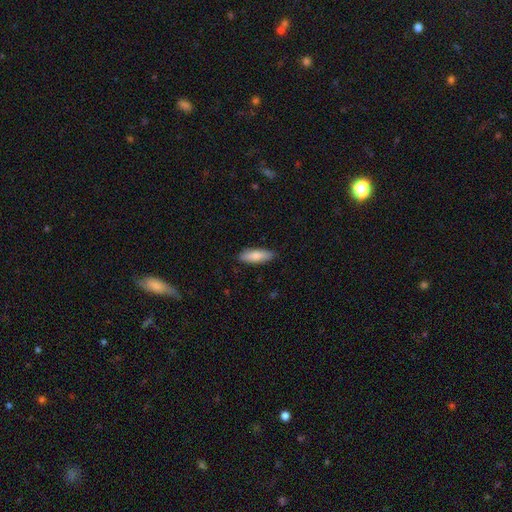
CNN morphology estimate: The model was most divided on "how rounded": in between: 59%, cigar-shaped: 39%, round: 2%. More confident: merging — none (86%); smooth or featured — smooth (81%).